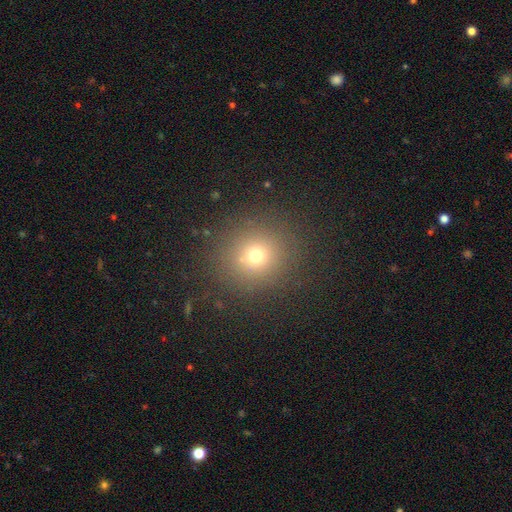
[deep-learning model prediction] This appears to be a smooth galaxy with no disk features (69%) that is round (91%). Merging: none (87%).